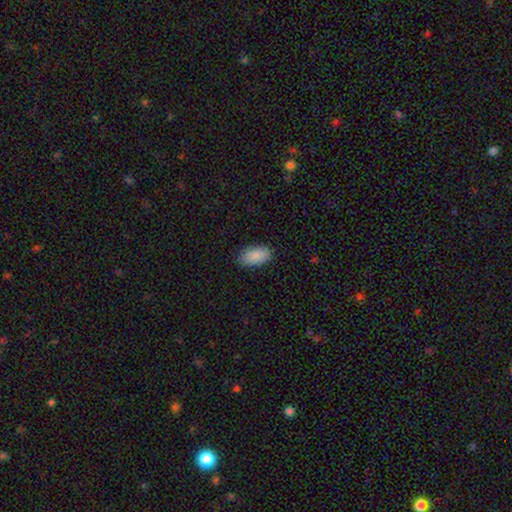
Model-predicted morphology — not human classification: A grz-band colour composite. It shows a smooth galaxy with no disk features (89%) that is in between round and cigar-shaped (94%). Merging: none (87%).